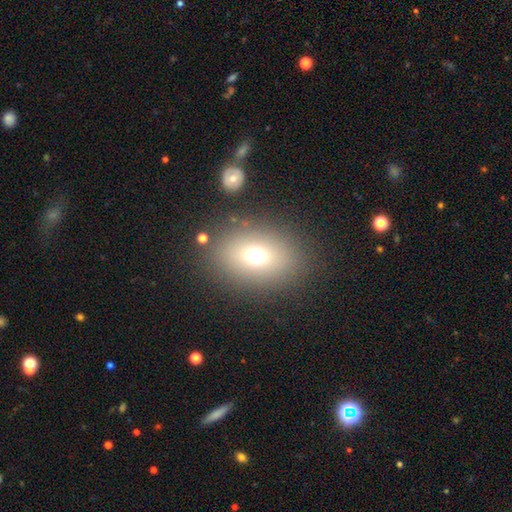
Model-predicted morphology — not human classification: This is likely a smooth galaxy (69%). How rounded: likely in between (63%). Merging: clearly none (81%).